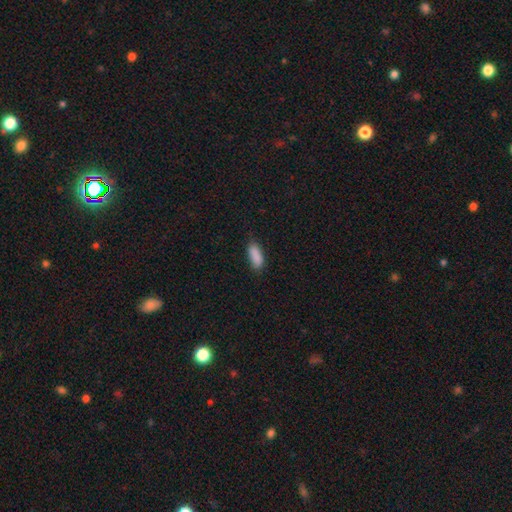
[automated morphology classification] Overall: smooth (88%). How rounded: in between (75%). Merging: none (76%).